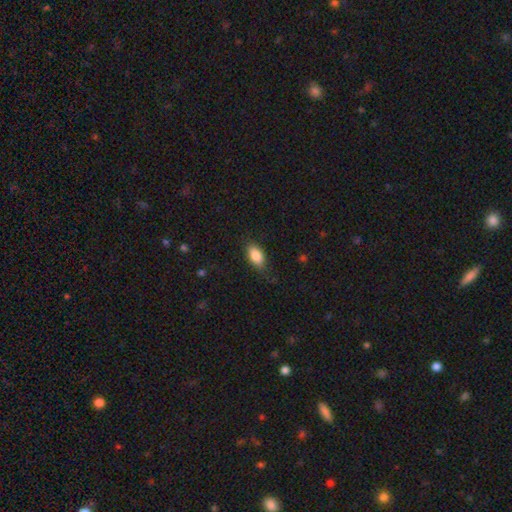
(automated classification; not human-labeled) This is clearly a smooth galaxy (85%). How rounded: clearly in between (89%). Merging: likely none (78%).